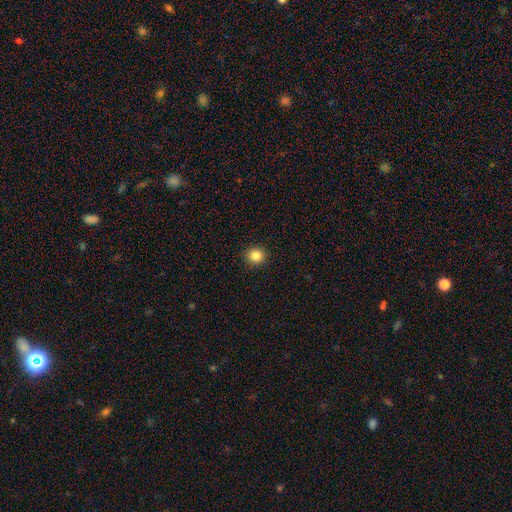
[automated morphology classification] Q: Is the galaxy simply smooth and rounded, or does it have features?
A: smooth — 85%.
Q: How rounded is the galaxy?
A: round — 87%.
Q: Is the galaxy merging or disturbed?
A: none — 92%.